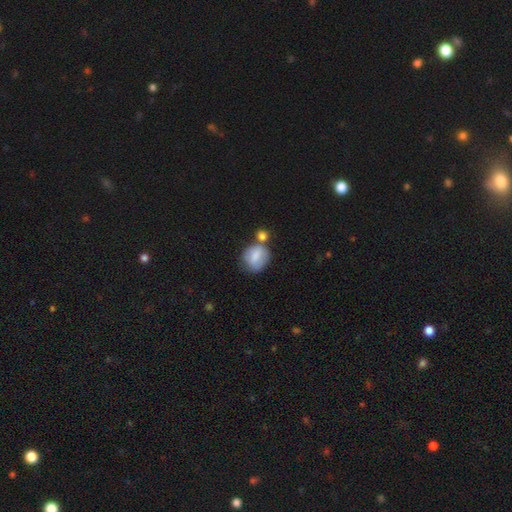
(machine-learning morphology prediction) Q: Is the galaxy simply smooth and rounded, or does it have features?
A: smooth — 75%.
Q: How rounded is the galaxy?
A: round — 66%.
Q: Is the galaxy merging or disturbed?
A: none — 40%.